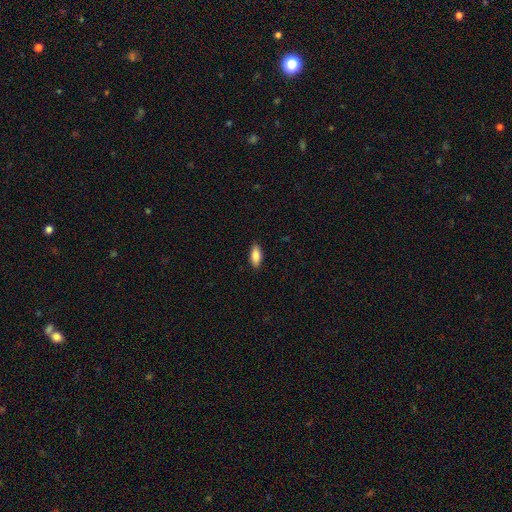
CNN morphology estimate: Q: Smooth or featured?
A: smooth (87%); runner-up: featured or disk (7%)
Q: How rounded?
A: in between (84%); runner-up: cigar-shaped (14%)
Q: Merging?
A: none (89%); runner-up: minor disturbance (8%)